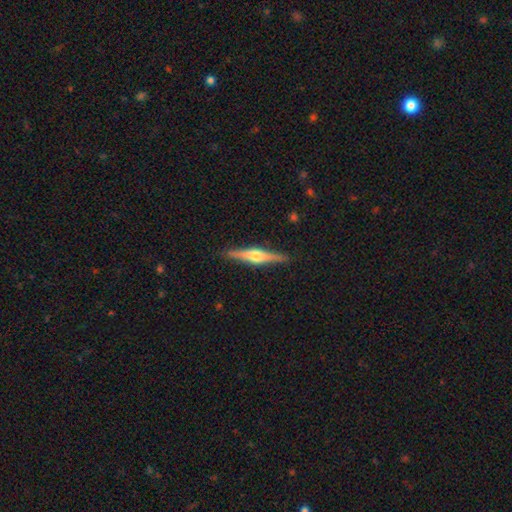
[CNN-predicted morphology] Smooth or featured? Predicted: featured or disk (p=0.72). Edge-on disk? Predicted: yes (p=0.98). Edge-on bulge? Predicted: rounded (p=0.90). Merging? Predicted: none (p=0.90).